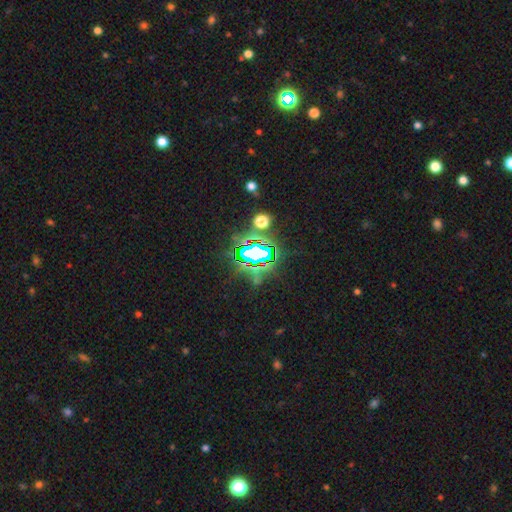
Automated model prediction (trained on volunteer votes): smooth-or-featured: star or artifact: 75% | smooth: 14% | featured or disk: 11%